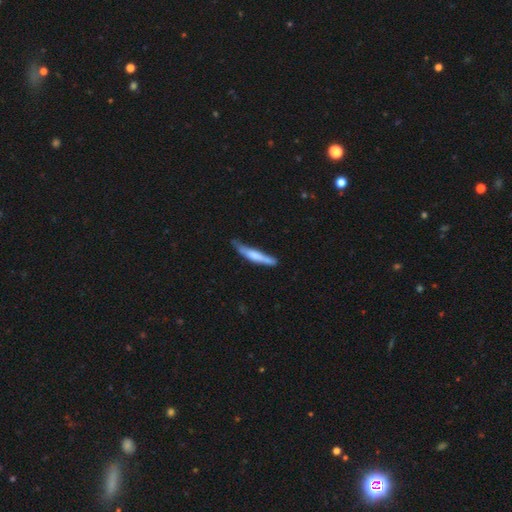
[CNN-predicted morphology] This is possibly a smooth galaxy (60%). How rounded: clearly cigar-shaped (92%). Merging: possibly none (59%).